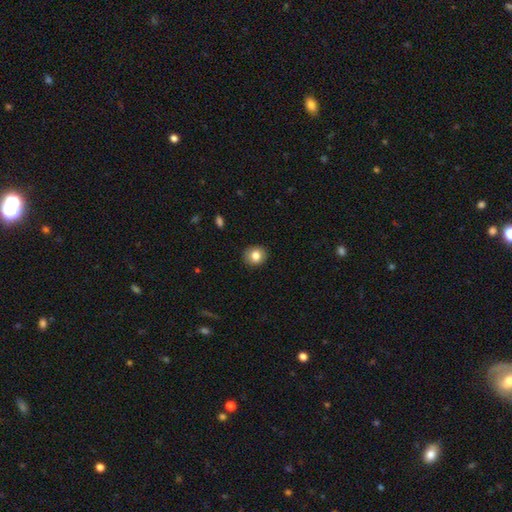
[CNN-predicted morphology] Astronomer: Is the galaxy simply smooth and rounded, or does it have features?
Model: smooth — 82%.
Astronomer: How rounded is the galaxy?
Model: round — 81%.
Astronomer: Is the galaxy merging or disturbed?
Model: none — 89%.